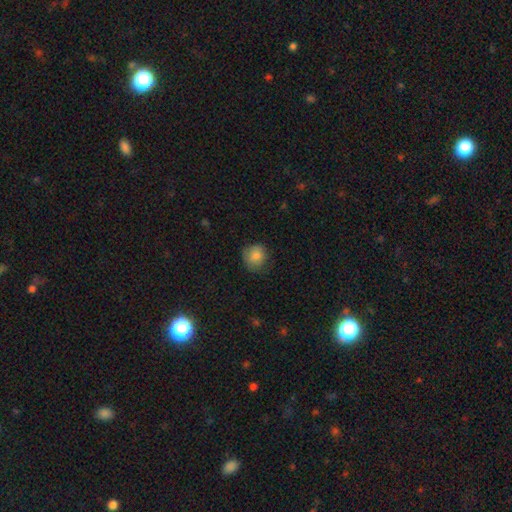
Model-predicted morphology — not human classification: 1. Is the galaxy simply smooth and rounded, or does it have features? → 84% smooth, 8% star or artifact, 7% featured or disk.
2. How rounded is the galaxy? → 82% round, 17% in between, 1% cigar-shaped.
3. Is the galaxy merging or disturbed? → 73% none, 21% minor disturbance, 5% major disturbance, 1% merger.